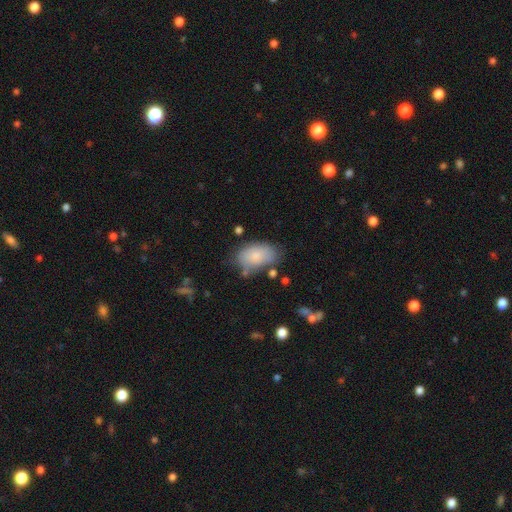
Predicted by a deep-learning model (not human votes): Smooth or featured? Predicted: smooth (p=0.80). How rounded? Predicted: in between (p=0.92). Merging? Predicted: none (p=0.60).